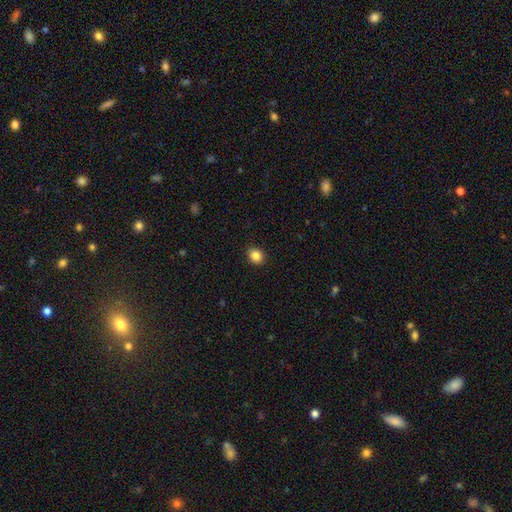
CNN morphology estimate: Overall: smooth (86%). How rounded: round (65%; in between 35%). Merging: none (91%).